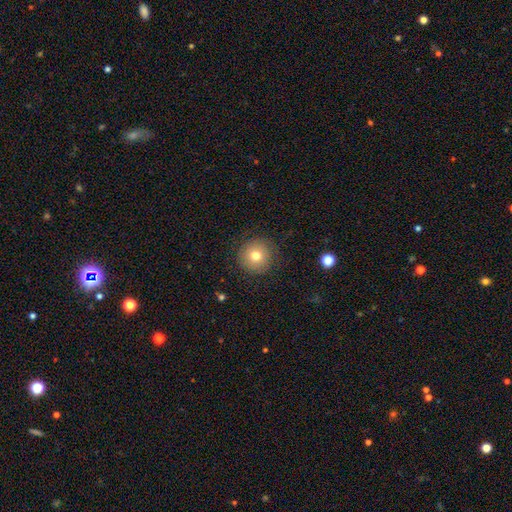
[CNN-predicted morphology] This appears to be a smooth galaxy with no disk features (74%) that is round (95%). Merging: none (87%).